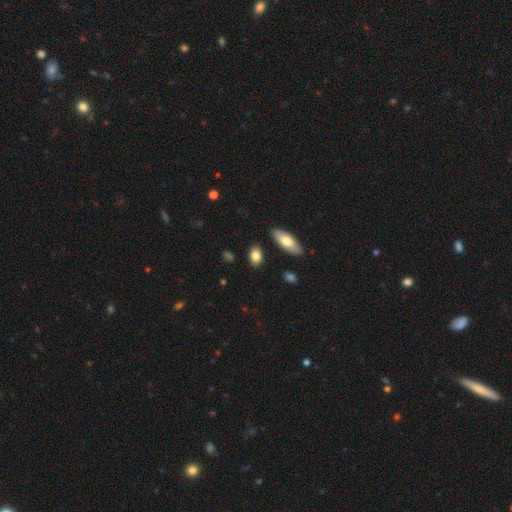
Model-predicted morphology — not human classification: Q: Smooth or featured?
A: smooth (83%); runner-up: featured or disk (10%)
Q: How rounded?
A: in between (85%); runner-up: round (10%)
Q: Merging?
A: none (85%); runner-up: minor disturbance (10%)